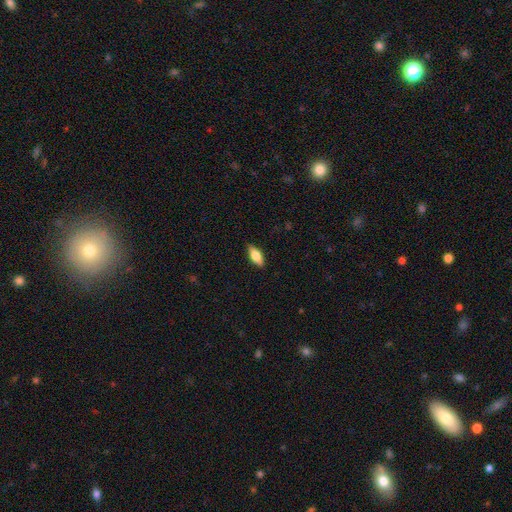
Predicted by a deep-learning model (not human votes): smooth_or_featured: smooth (p=0.71) [alt: featured or disk p=0.23]
how_rounded: in between (p=0.78) [alt: cigar-shaped p=0.19]
merging: none (p=0.88) [alt: minor disturbance p=0.10]